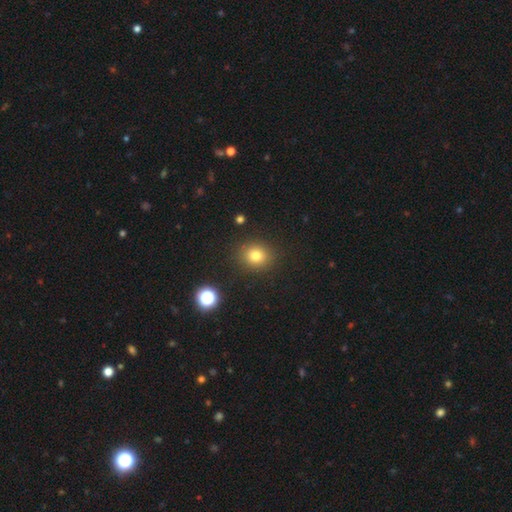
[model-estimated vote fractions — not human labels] smooth-or-featured: smooth: 78% | star or artifact: 15% | featured or disk: 8%
  how-rounded: round: 79% | in between: 20% | cigar-shaped: 1%
  merging: none: 88% | minor disturbance: 7% | major disturbance: 3% | merger: 2%